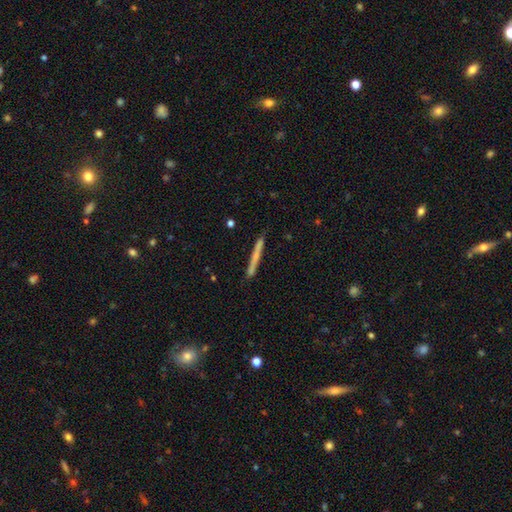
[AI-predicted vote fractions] smooth-or-featured: smooth: 55% | featured or disk: 39% | star or artifact: 6%
  how-rounded: cigar-shaped: 96% | in between: 2% | round: 2%
  merging: none: 88% | minor disturbance: 9% | merger: 2% | major disturbance: 2%